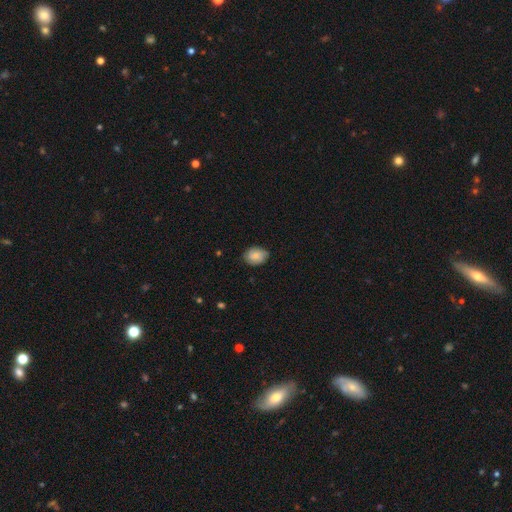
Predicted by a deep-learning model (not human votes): Smooth or featured? Predicted: smooth (p=0.81). How rounded? Predicted: in between (p=0.64). Merging? Predicted: none (p=0.77).